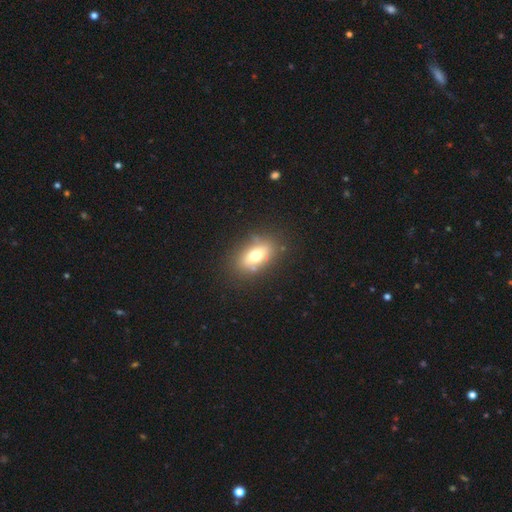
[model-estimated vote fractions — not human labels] smooth 67%, featured or disk 23%, star or artifact 10%. Down the decision tree: how rounded — in between (81%); merging — none (79%).